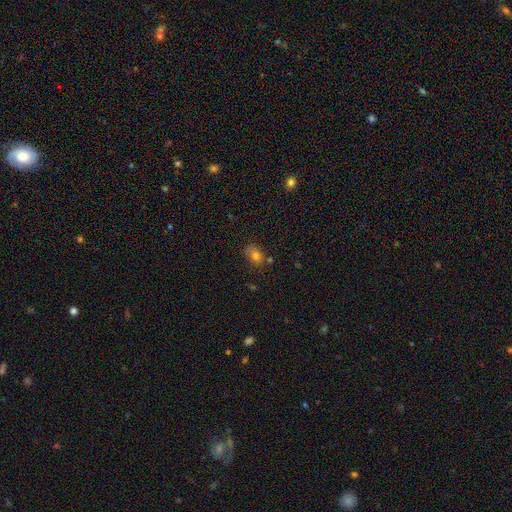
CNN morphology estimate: Smooth or featured? smooth (74%)
How rounded? in between (64%)
Merging? none (51%)